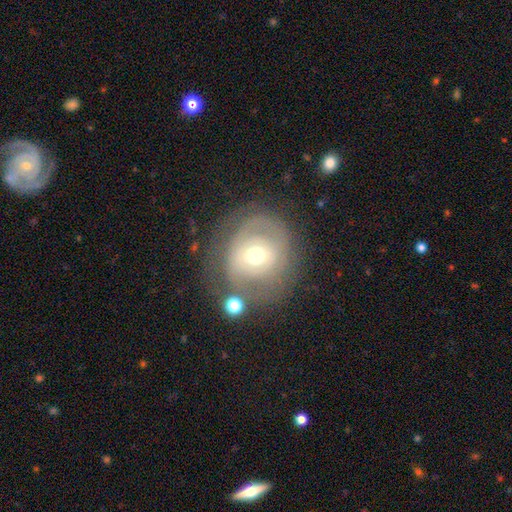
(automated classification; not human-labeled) smooth_or_featured: featured or disk (p=0.60) [alt: smooth p=0.32]
disk_edge_on: no (p=0.96) [alt: yes p=0.04]
bar: no (p=0.66) [alt: weak p=0.26]
has_spiral_arms: yes (p=0.56) [alt: no p=0.44]
bulge_size: moderate (p=0.68) [alt: small p=0.22]
merging: none (p=0.62) [alt: minor disturbance p=0.19]